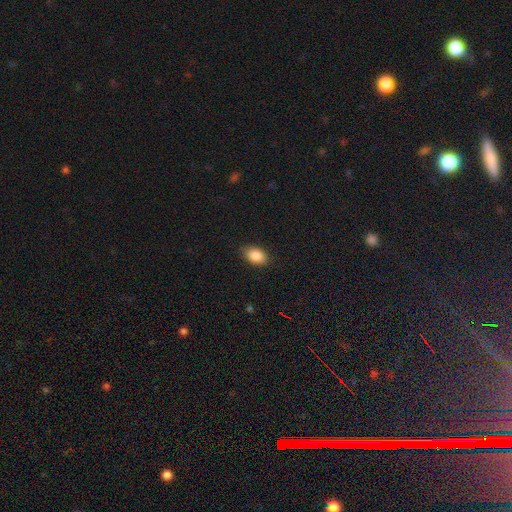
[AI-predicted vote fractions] smooth 88%, star or artifact 8%, featured or disk 5%. Down the decision tree: how rounded — in between (89%); merging — none (86%).